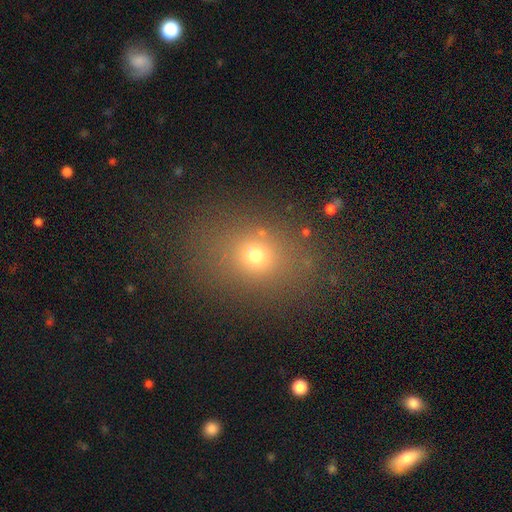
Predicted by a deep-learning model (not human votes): smooth_or_featured: smooth (p=0.69) [alt: star or artifact p=0.21]
how_rounded: round (p=0.50) [alt: in between p=0.48]
merging: none (p=0.78) [alt: minor disturbance p=0.12]